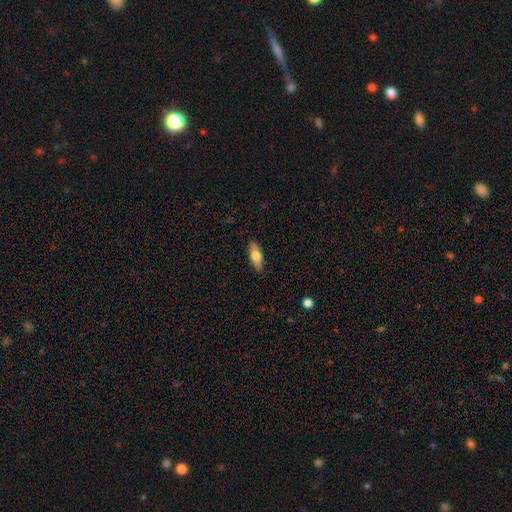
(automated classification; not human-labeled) smooth_or_featured: smooth (p=0.69) [alt: featured or disk p=0.25]
how_rounded: in between (p=0.71) [alt: cigar-shaped p=0.26]
merging: none (p=0.88) [alt: minor disturbance p=0.09]